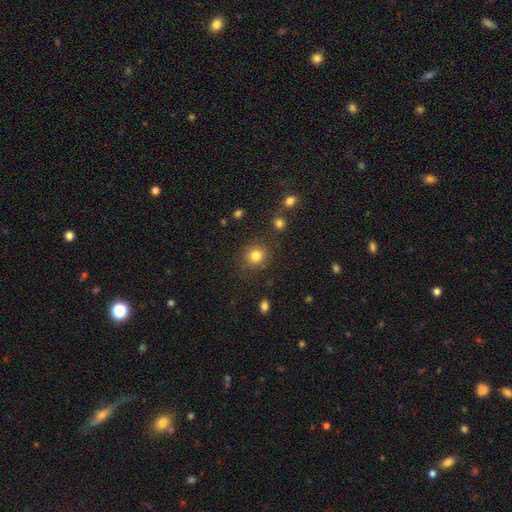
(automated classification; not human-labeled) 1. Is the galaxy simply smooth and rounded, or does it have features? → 82% smooth, 12% star or artifact, 6% featured or disk.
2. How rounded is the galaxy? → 79% round, 20% in between, 1% cigar-shaped.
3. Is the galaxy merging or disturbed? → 83% none, 10% minor disturbance, 4% major disturbance, 3% merger.